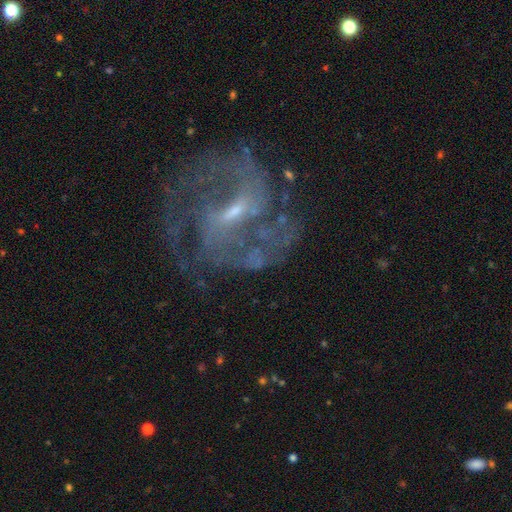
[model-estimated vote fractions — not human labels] Smooth or featured? Predicted: featured or disk (p=0.86). Edge-on disk? Predicted: no (p=0.97). Bar? Predicted: weak (p=0.55). Spiral arms? Predicted: yes (p=0.92). Spiral winding? Predicted: medium (p=0.51). Spiral arm count? Predicted: 2 (p=0.55). Bulge size? Predicted: small (p=0.66). Merging? Predicted: none (p=0.66).